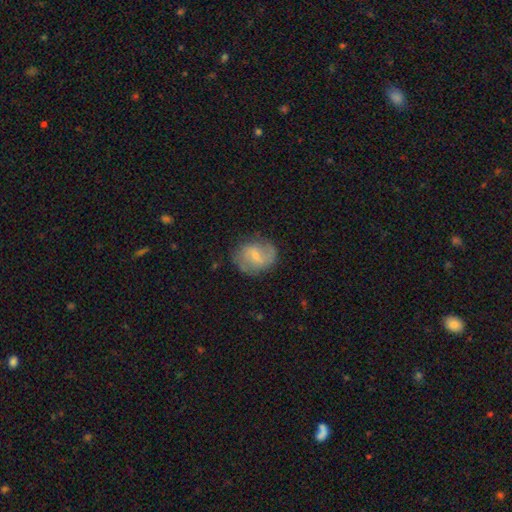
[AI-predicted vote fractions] Smooth or featured? featured or disk (57%)
Edge-on disk? no (97%)
Bar? weak (56%)
Spiral arms? yes (80%)
Bulge size? small (61%)
Merging? none (71%)